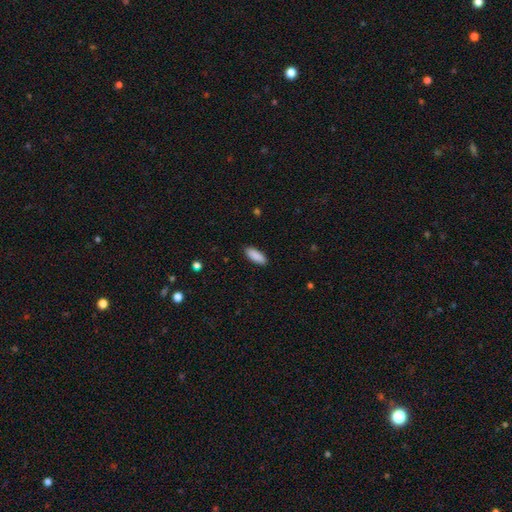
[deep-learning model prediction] This is clearly a smooth galaxy (90%). How rounded: likely in between (74%). Merging: clearly none (89%).